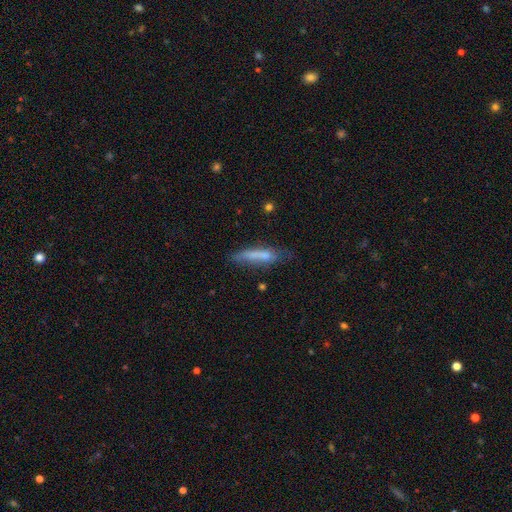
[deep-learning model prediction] The model was most divided on "merging": none: 59%, minor disturbance: 26%, major disturbance: 10%, merger: 5%. More confident: how rounded — cigar-shaped (84%); smooth or featured — smooth (63%).